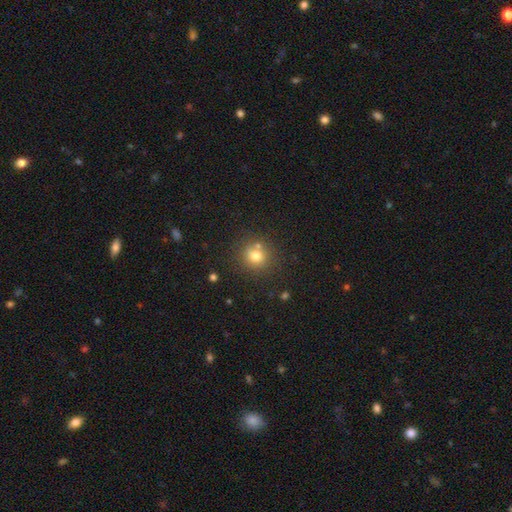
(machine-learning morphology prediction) Q: Smooth or featured?
A: smooth (74%); runner-up: star or artifact (15%)
Q: How rounded?
A: round (89%); runner-up: in between (10%)
Q: Merging?
A: none (73%); runner-up: merger (14%)